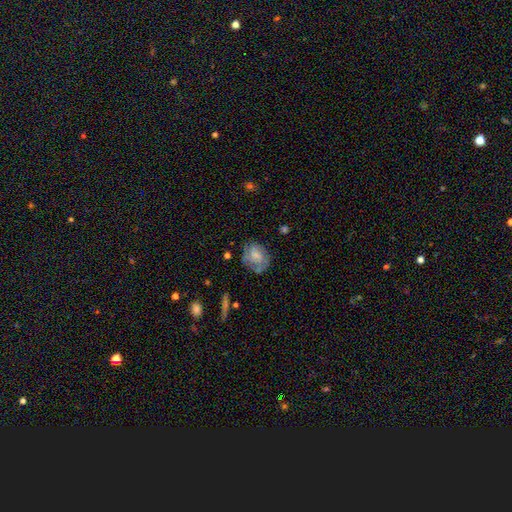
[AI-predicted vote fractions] Morphology: type=featured or disk (49%); merging=none (60%).